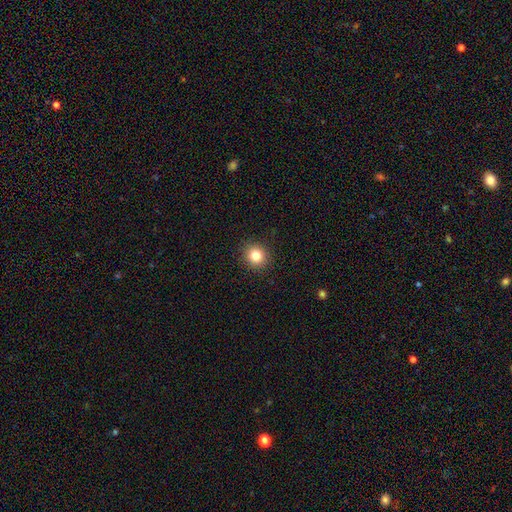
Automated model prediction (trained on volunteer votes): smooth_or_featured: smooth (p=0.83) [alt: star or artifact p=0.11]
how_rounded: round (p=0.87) [alt: in between p=0.12]
merging: none (p=0.92) [alt: minor disturbance p=0.06]